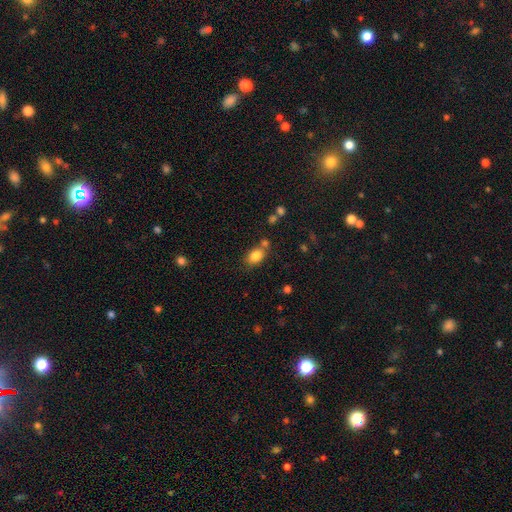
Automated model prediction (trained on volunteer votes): smooth 83%, star or artifact 10%, featured or disk 7%. Down the decision tree: how rounded — in between (74%); merging — none (61%).